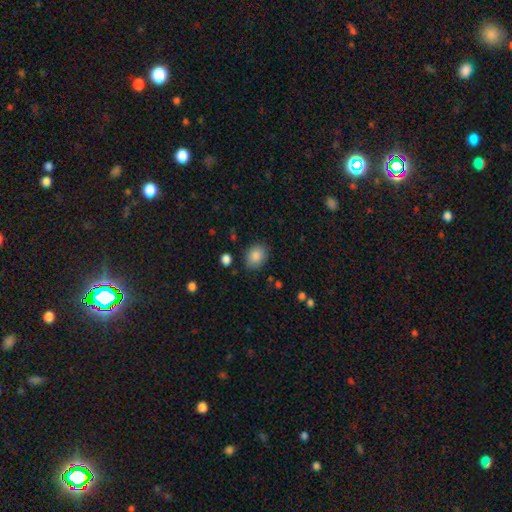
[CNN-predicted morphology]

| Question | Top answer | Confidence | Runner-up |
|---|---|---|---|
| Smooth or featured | smooth | 87% | star or artifact (8%) |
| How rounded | in between | 50% | round (49%) |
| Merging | none | 82% | minor disturbance (13%) |